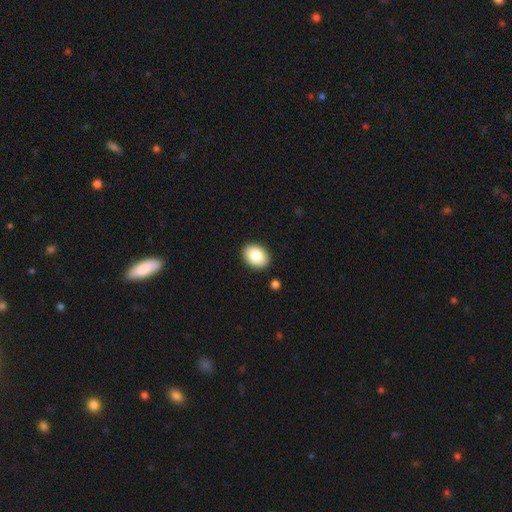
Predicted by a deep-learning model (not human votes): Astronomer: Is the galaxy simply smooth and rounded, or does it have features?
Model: smooth — 84%.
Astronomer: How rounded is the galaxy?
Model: in between — 75%.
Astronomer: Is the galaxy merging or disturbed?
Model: none — 90%.